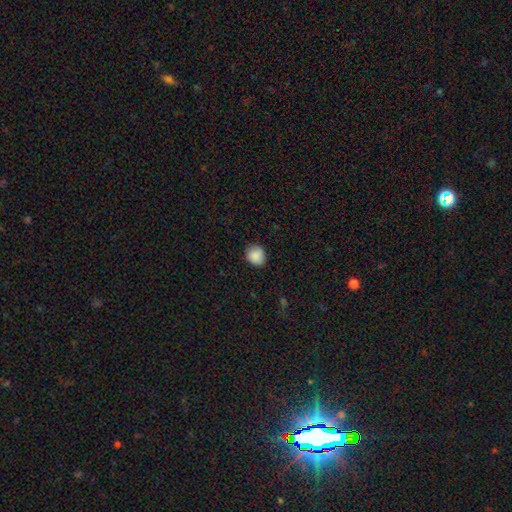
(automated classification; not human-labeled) Smooth or featured?
  - smooth: 88% *
  - star or artifact: 8%
  - featured or disk: 4%
How rounded?
  - round: 75% *
  - in between: 24%
  - cigar-shaped: 1%
Merging?
  - none: 83% *
  - minor disturbance: 13%
  - major disturbance: 3%
  - merger: 1%